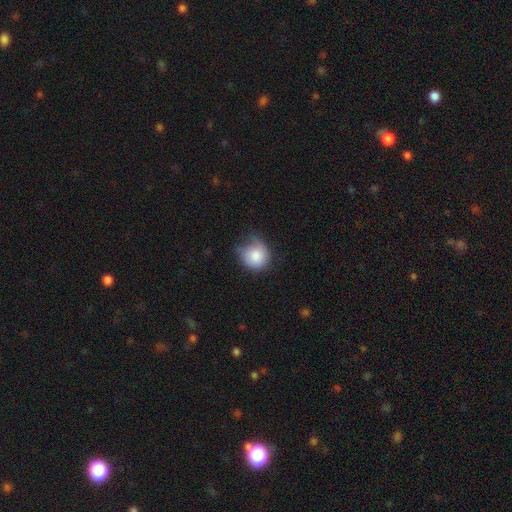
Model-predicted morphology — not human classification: smooth_or_featured: smooth (p=0.82) [alt: featured or disk p=0.11]
how_rounded: round (p=0.83) [alt: in between p=0.16]
merging: minor disturbance (p=0.43) [alt: none p=0.40]